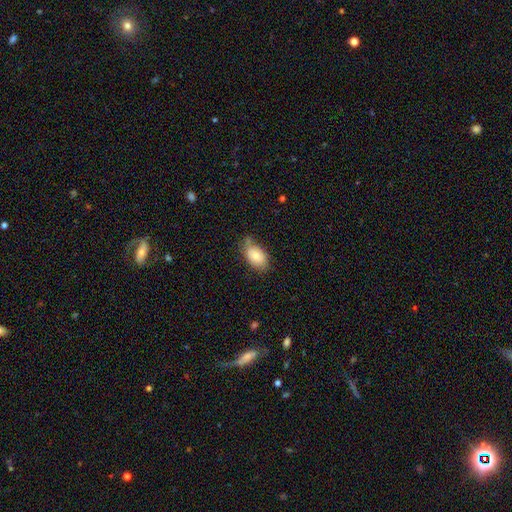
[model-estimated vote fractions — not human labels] Smooth or featured? smooth (77%)
How rounded? in between (92%)
Merging? none (66%)